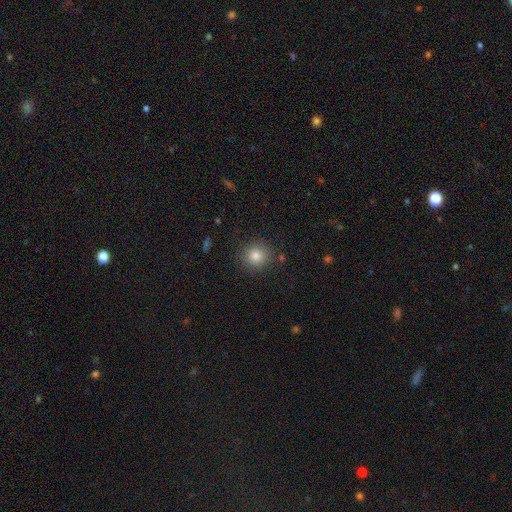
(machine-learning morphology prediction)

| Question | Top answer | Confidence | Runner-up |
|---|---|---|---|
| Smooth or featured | smooth | 82% | star or artifact (12%) |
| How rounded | round | 90% | in between (9%) |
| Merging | none | 88% | minor disturbance (8%) |